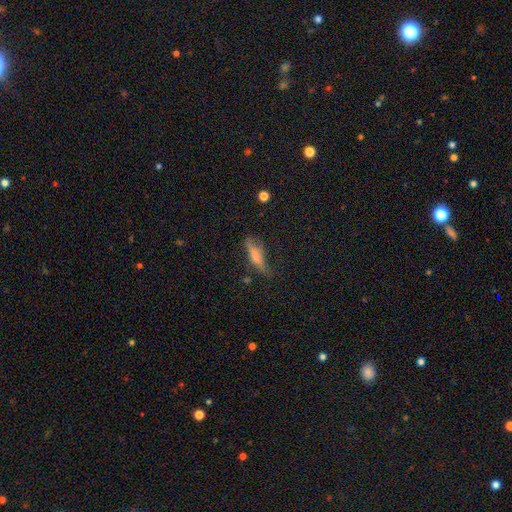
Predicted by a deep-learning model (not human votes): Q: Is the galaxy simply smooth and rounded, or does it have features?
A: smooth — 65%.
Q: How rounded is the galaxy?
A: cigar-shaped — 71%.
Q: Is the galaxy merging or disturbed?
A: none — 62%.